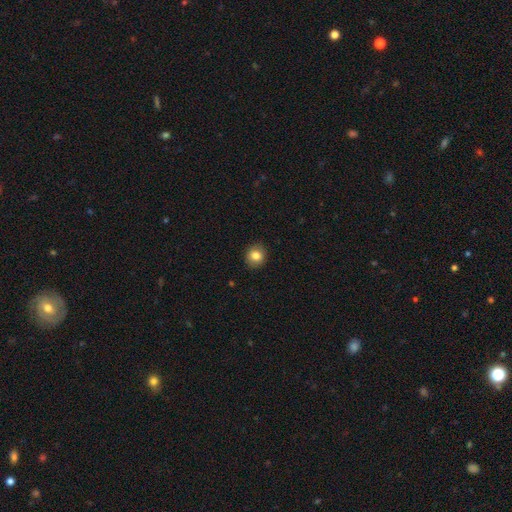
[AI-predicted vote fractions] smooth_or_featured: smooth (p=0.82) [alt: star or artifact p=0.10]
how_rounded: round (p=0.80) [alt: in between p=0.19]
merging: none (p=0.89) [alt: minor disturbance p=0.08]